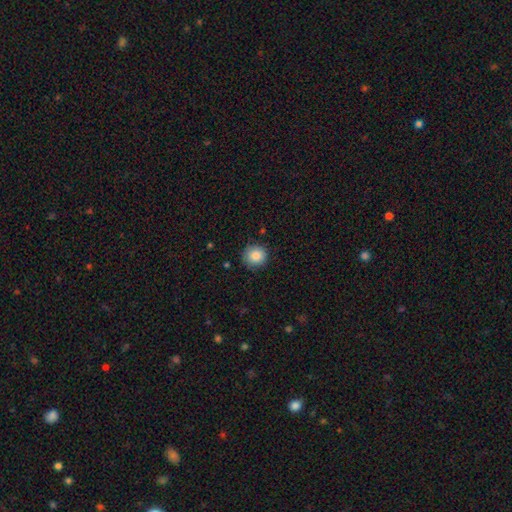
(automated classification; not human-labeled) A smooth galaxy with no disk features (86%) that is round (93%).

Vote fractions:
- Smooth or featured? smooth: 86% / star or artifact: 9% / featured or disk: 6%
- How rounded? round: 93% / in between: 7% / cigar-shaped: 1%
- Merging? none: 85% / minor disturbance: 12% / major disturbance: 2% / merger: 1%